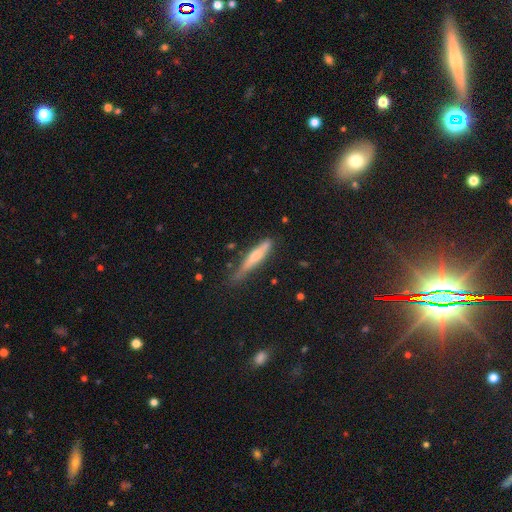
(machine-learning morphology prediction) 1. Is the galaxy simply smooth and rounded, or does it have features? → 60% smooth, 34% featured or disk, 6% star or artifact.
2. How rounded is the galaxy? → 89% cigar-shaped, 9% in between, 1% round.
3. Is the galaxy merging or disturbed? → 61% none, 28% minor disturbance, 6% major disturbance, 4% merger.